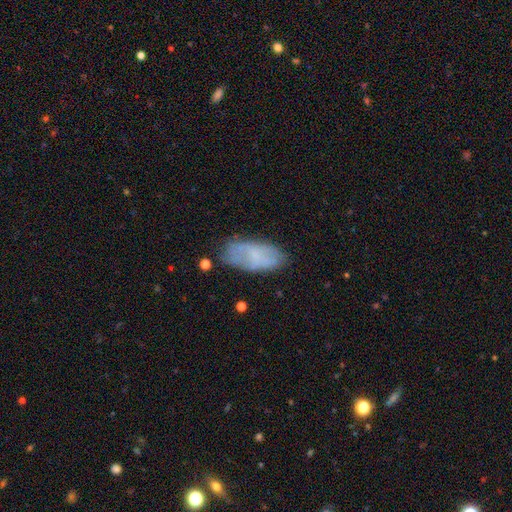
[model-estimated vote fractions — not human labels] A smooth galaxy with no disk features (60%) that is in between round and cigar-shaped (90%).

Vote fractions:
- Smooth or featured? smooth: 60% / featured or disk: 32% / star or artifact: 8%
- How rounded? in between: 90% / cigar-shaped: 7% / round: 2%
- Merging? none: 69% / minor disturbance: 22% / major disturbance: 7% / merger: 3%